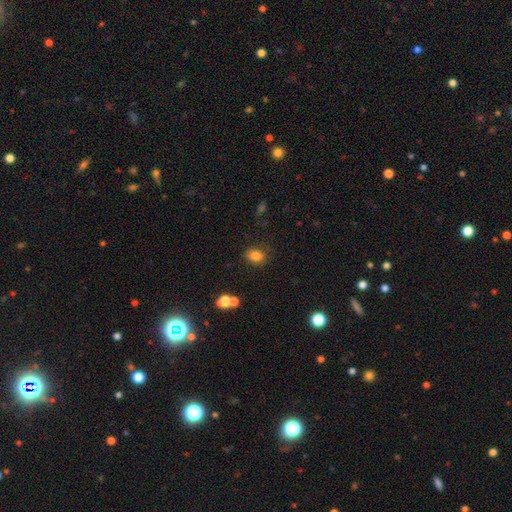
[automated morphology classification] A smooth galaxy with no disk features (82%) that is in between round and cigar-shaped (66%).

Vote fractions:
- Smooth or featured? smooth: 82% / star or artifact: 11% / featured or disk: 7%
- How rounded? in between: 66% / round: 33% / cigar-shaped: 1%
- Merging? none: 80% / minor disturbance: 12% / major disturbance: 4% / merger: 3%